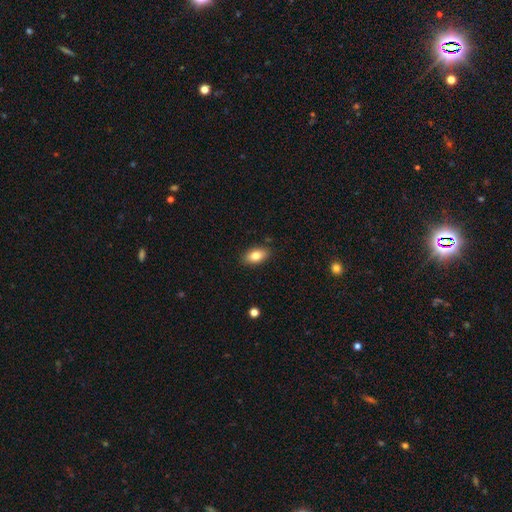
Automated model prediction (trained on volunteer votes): This is clearly a smooth galaxy (82%). How rounded: clearly in between (91%). Merging: clearly none (87%).